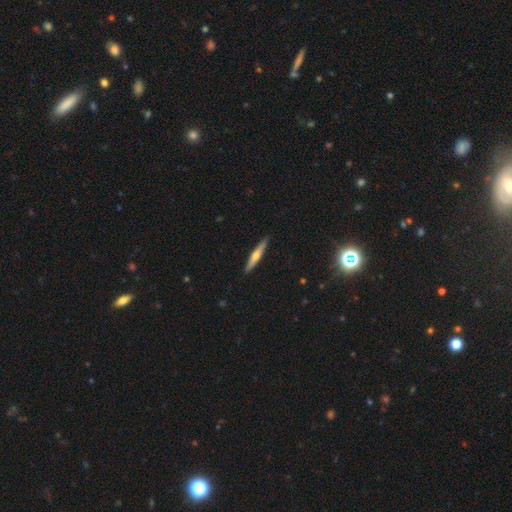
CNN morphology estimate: featured or disk 52%, smooth 42%, star or artifact 5%. Down the decision tree: edge-on disk — yes (95%); merging — none (90%).